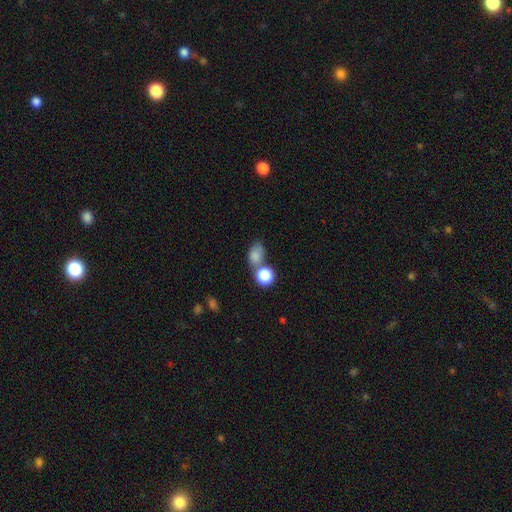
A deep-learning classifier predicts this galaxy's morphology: A smooth galaxy with no disk features (81%) that is in between round and cigar-shaped (64%).

Vote fractions:
- Smooth or featured? smooth: 81% / star or artifact: 10% / featured or disk: 9%
- How rounded? in between: 64% / round: 34% / cigar-shaped: 2%
- Merging? merger: 42% / none: 39% / minor disturbance: 12% / major disturbance: 7%